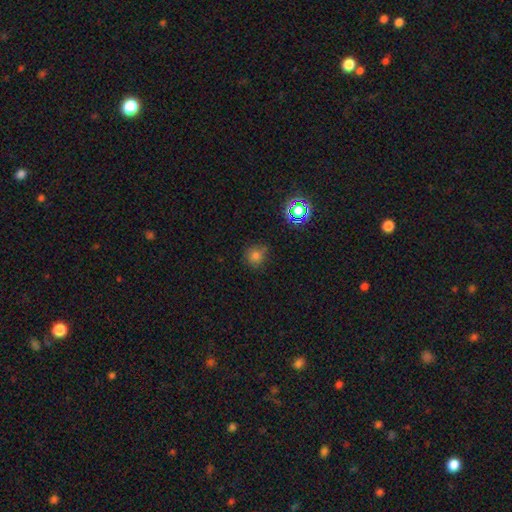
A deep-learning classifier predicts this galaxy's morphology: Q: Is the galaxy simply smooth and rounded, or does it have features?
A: smooth — 75%.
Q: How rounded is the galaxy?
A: round — 90%.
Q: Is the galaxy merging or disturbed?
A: none — 77%.